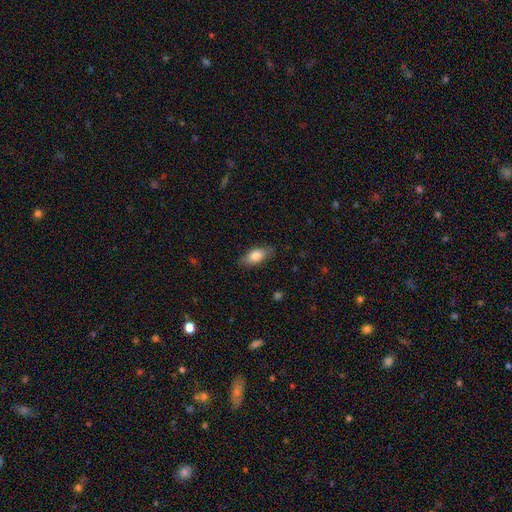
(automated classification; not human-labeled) Smooth or featured: smooth — 78% (featured or disk — 16%)
How rounded: in between — 84% (cigar-shaped — 12%)
Merging: none — 84% (minor disturbance — 12%)